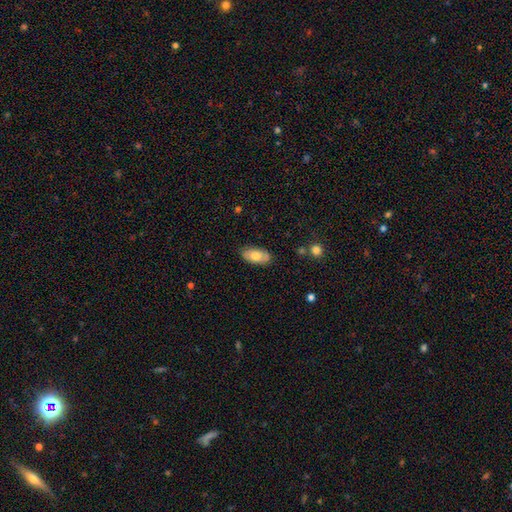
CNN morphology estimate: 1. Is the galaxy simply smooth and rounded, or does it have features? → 69% smooth, 25% featured or disk, 6% star or artifact.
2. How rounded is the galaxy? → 92% in between, 5% cigar-shaped, 3% round.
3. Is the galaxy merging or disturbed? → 82% none, 14% minor disturbance, 3% major disturbance, 2% merger.